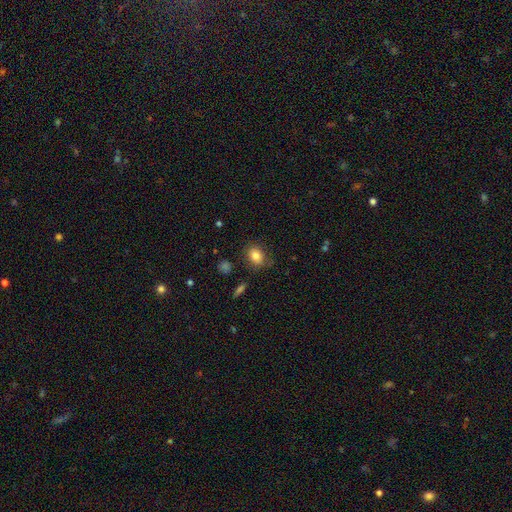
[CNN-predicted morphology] A smooth galaxy with no disk features (82%) that is in between round and cigar-shaped (53%).

Vote fractions:
- Smooth or featured? smooth: 82% / star or artifact: 10% / featured or disk: 8%
- How rounded? in between: 53% / round: 46% / cigar-shaped: 1%
- Merging? none: 78% / minor disturbance: 16% / major disturbance: 4% / merger: 2%